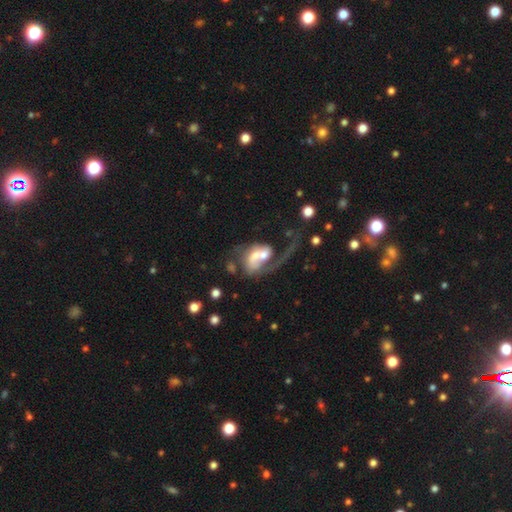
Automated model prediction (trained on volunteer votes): Smooth or featured?
  - featured or disk: 65% *
  - smooth: 28%
  - star or artifact: 8%
Edge-on disk?
  - no: 96% *
  - yes: 4%
Bar?
  - no: 63% *
  - weak: 28%
  - strong: 9%
Spiral arms?
  - yes: 73% *
  - no: 27%
Bulge size?
  - moderate: 45% *
  - small: 22%
  - large: 19%
  - none: 9%
  - dominant: 4%
Merging?
  - merger: 53% *
  - major disturbance: 27%
  - none: 13%
  - minor disturbance: 7%